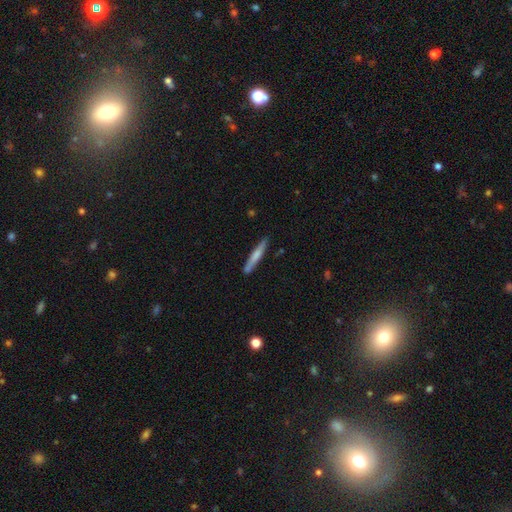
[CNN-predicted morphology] This is likely a smooth galaxy (61%). How rounded: clearly cigar-shaped (95%). Merging: clearly none (86%).